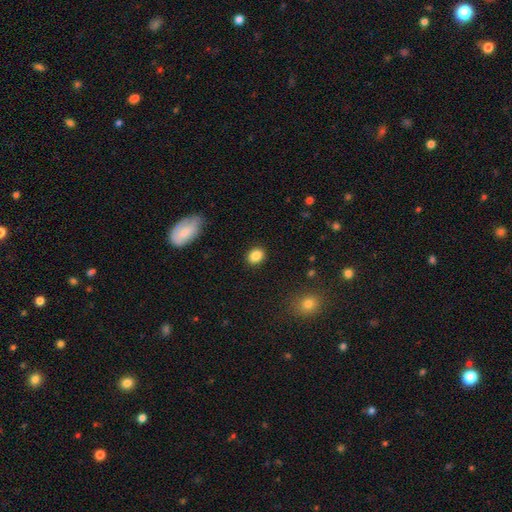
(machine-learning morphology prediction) Smooth or featured?
  - smooth: 86% *
  - star or artifact: 9%
  - featured or disk: 5%
How rounded?
  - round: 50% *
  - in between: 49%
  - cigar-shaped: 1%
Merging?
  - none: 89% *
  - minor disturbance: 8%
  - major disturbance: 2%
  - merger: 1%